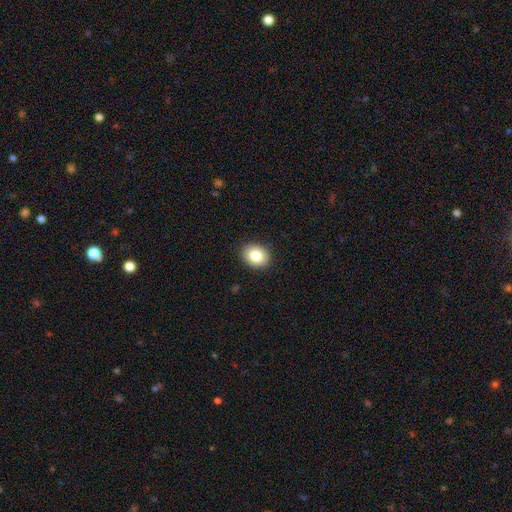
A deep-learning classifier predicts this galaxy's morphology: Smooth or featured? smooth (84%)
How rounded? round (50%)
Merging? none (90%)